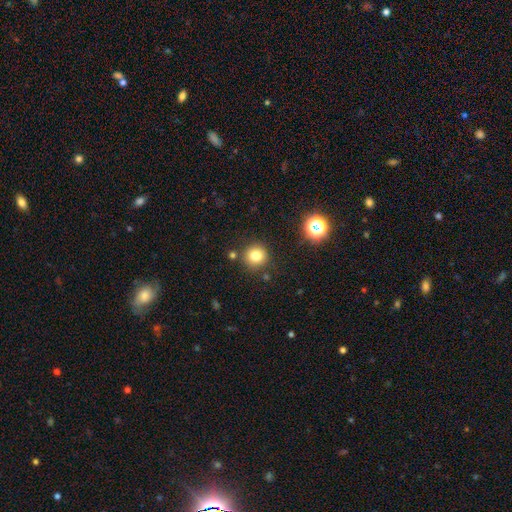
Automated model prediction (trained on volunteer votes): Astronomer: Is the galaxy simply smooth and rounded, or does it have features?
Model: smooth — 79%.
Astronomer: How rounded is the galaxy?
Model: round — 94%.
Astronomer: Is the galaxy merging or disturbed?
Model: none — 85%.